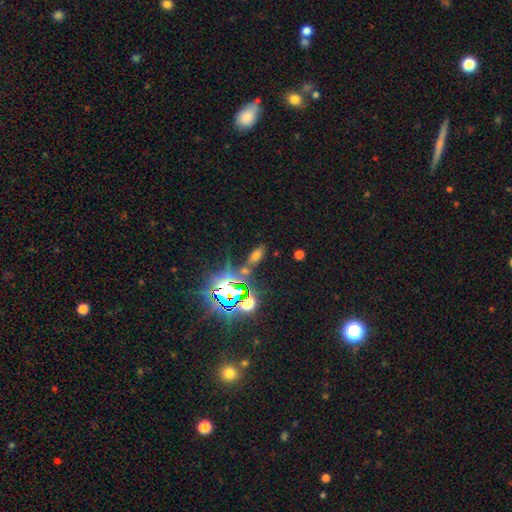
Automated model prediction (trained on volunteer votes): smooth 48%, star or artifact 41%, featured or disk 11%. Down the decision tree: merging — none (69%).